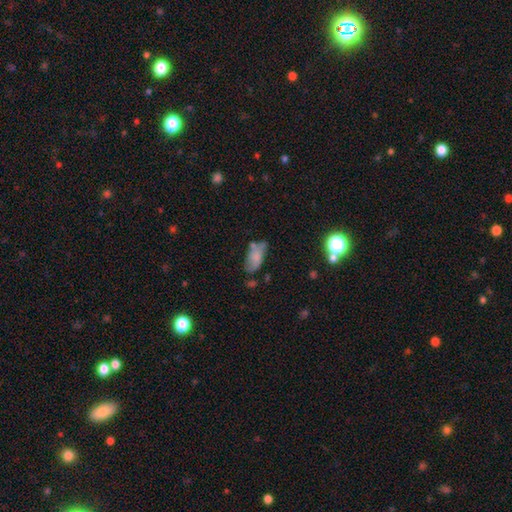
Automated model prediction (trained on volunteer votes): Overall: smooth (71%). How rounded: in between (89%). Merging: none (47%; minor disturbance 28%).